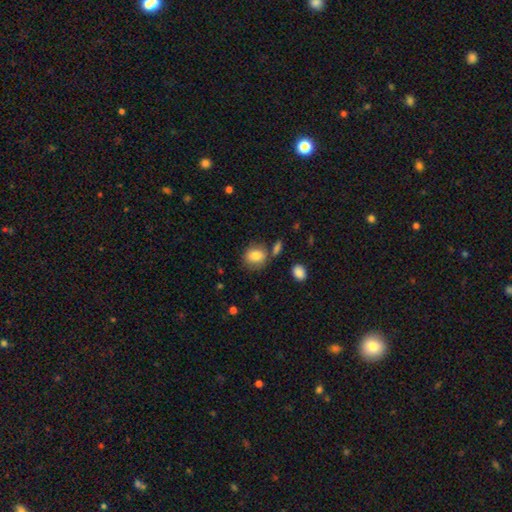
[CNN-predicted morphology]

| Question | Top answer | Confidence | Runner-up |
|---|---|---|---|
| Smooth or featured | smooth | 83% | featured or disk (9%) |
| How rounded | round | 61% | in between (38%) |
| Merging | none | 67% | minor disturbance (16%) |